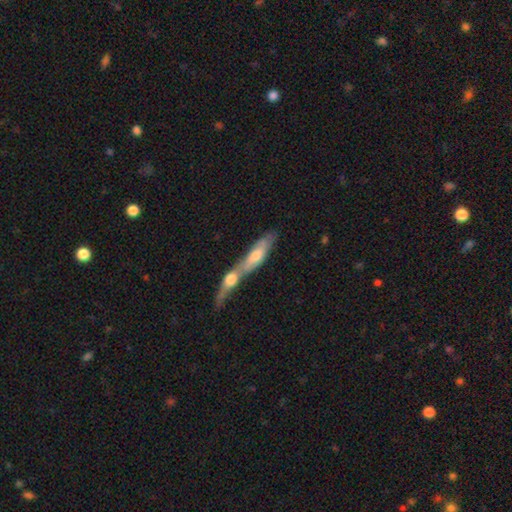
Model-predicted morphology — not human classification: This is possibly a featured or disk galaxy (47%). Merging: likely merger (73%).